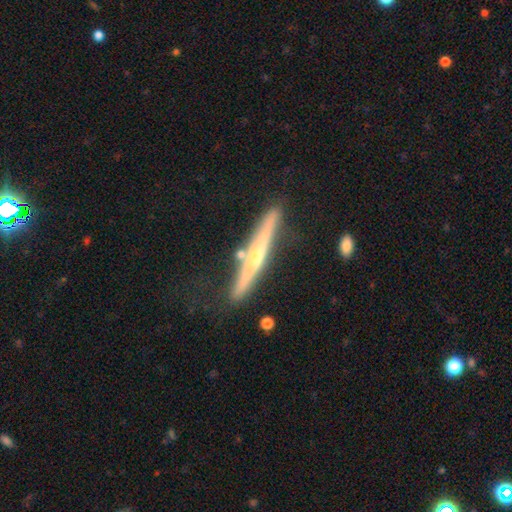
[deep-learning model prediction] This is likely a featured or disk galaxy (72%). It is clearly viewed edge-on (96%). Edge-on bulge: likely rounded (75%). Merging: likely none (78%).